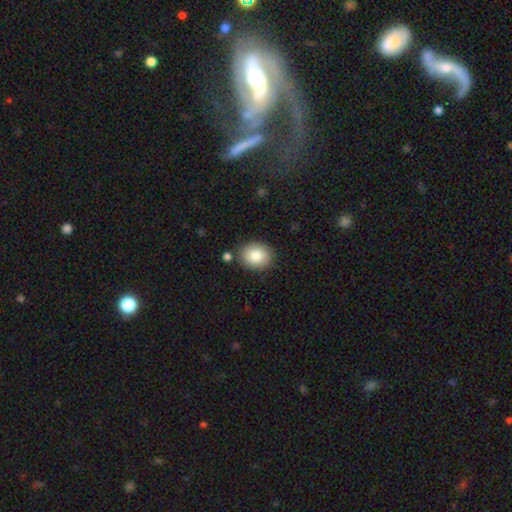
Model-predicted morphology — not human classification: smooth 84%, featured or disk 8%, star or artifact 8%. Down the decision tree: how rounded — round (60%); merging — none (83%).